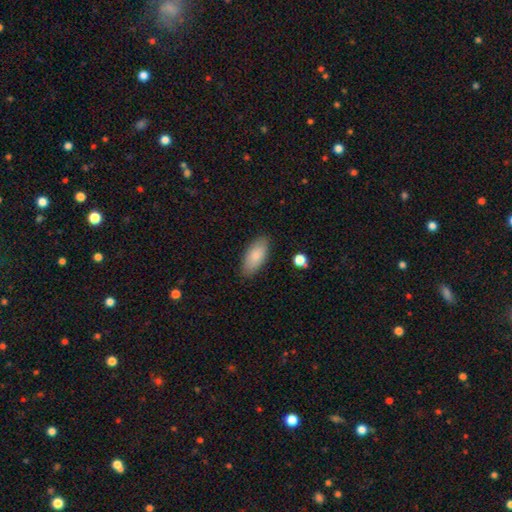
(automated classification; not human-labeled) Morphology: type=smooth (84%); roundness=in between (90%); merging=none (85%).